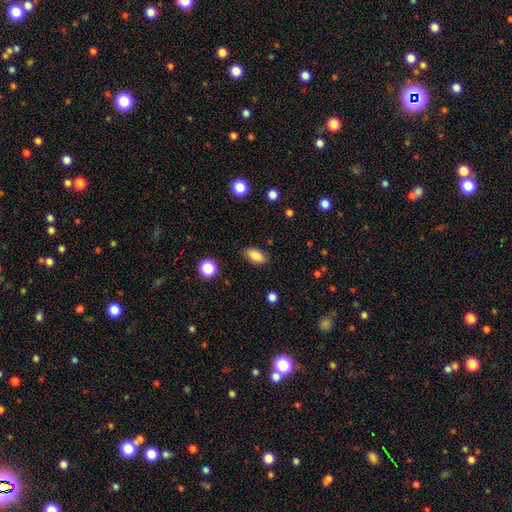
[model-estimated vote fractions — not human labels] A smooth galaxy with no disk features (87%) that is in between round and cigar-shaped (91%). Merging: none (86%).